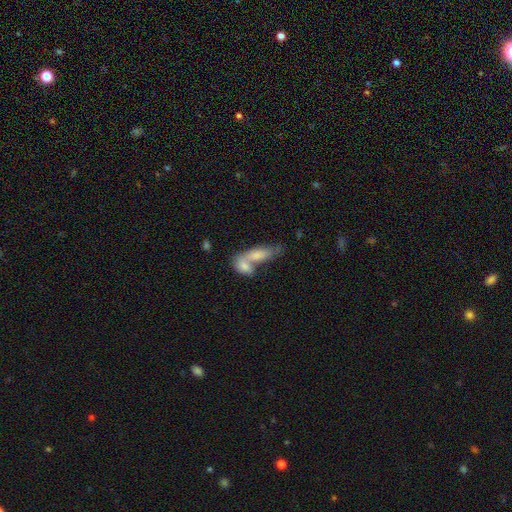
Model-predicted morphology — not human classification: The model was most divided on "how rounded": in between: 58%, cigar-shaped: 36%, round: 6%. More confident: merging — merger (64%); smooth or featured — smooth (60%).